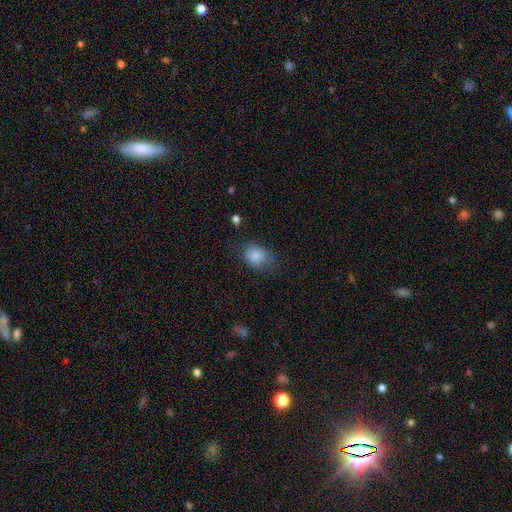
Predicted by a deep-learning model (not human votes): smooth 83%, star or artifact 8%, featured or disk 8%. Down the decision tree: how rounded — in between (64%); merging — none (53%).